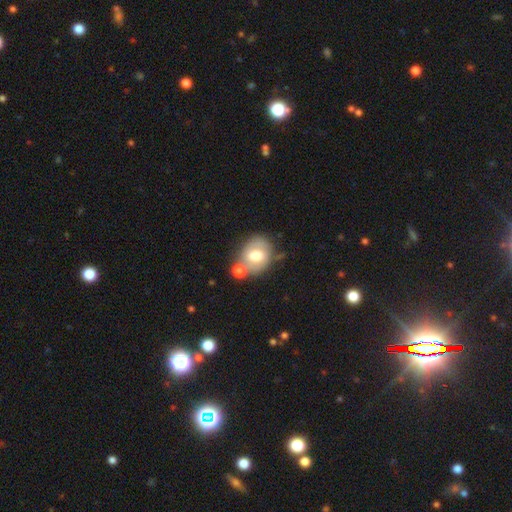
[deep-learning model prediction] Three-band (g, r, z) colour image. It shows a smooth galaxy with no disk features (59%) that is in between round and cigar-shaped (54%). Merging: none (48%).